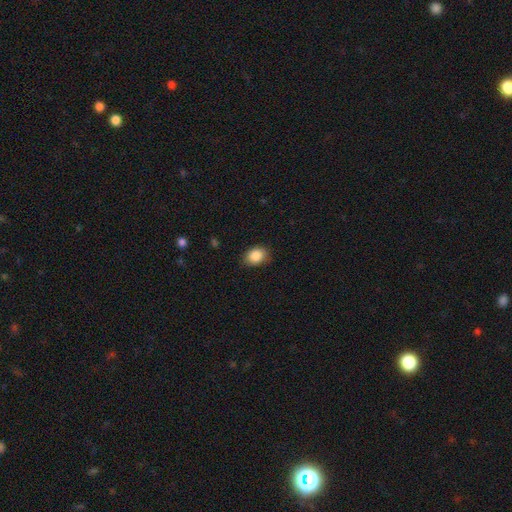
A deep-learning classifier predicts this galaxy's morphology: smooth_or_featured: smooth (p=0.87) [alt: star or artifact p=0.08]
how_rounded: in between (p=0.67) [alt: round p=0.32]
merging: none (p=0.84) [alt: minor disturbance p=0.12]